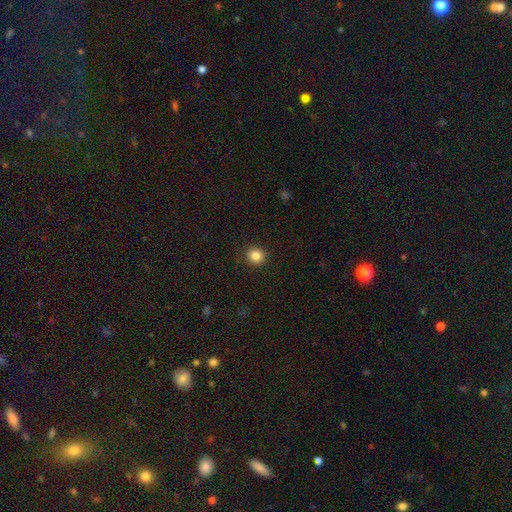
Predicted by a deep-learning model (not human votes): The model was most divided on "smooth or featured": smooth: 85%, star or artifact: 11%, featured or disk: 4%. More confident: how rounded — round (90%); merging — none (90%).